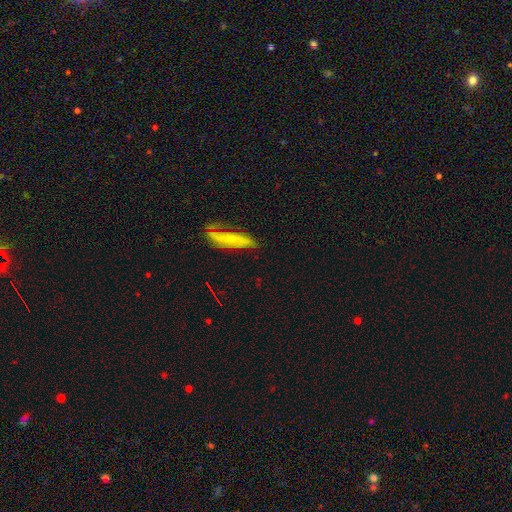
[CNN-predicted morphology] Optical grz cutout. It shows a smooth galaxy with no disk features (45%). Merging: none (67%).